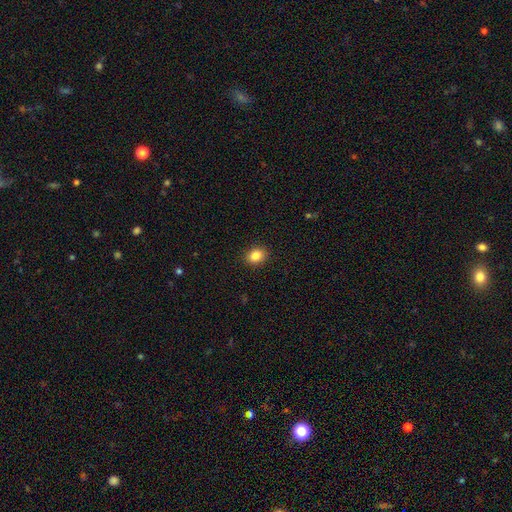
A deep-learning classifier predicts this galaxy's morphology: Smooth or featured? Predicted: smooth (p=0.85). How rounded? Predicted: round (p=0.52). Merging? Predicted: none (p=0.90).